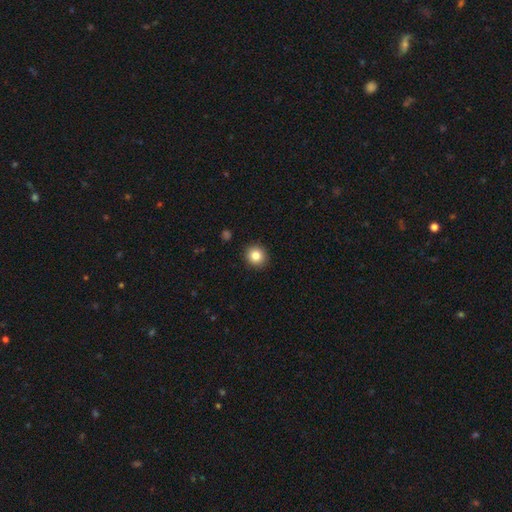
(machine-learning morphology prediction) type=smooth (84%); roundness=round (87%); merging=none (92%).